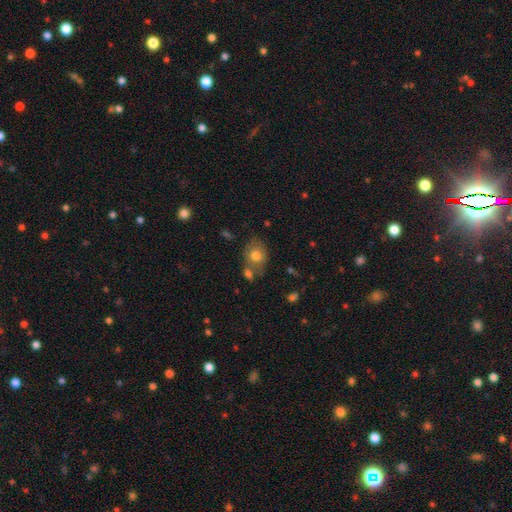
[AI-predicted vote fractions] Smooth or featured?
  - smooth: 73% *
  - featured or disk: 18%
  - star or artifact: 9%
How rounded?
  - in between: 52% *
  - round: 47%
  - cigar-shaped: 1%
Merging?
  - none: 58% *
  - merger: 19%
  - minor disturbance: 17%
  - major disturbance: 6%